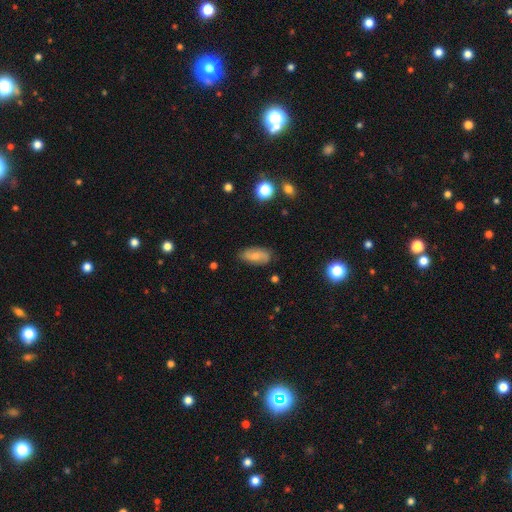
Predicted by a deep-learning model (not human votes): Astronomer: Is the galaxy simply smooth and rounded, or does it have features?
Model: smooth — 56% (runner-up: featured or disk, 36%).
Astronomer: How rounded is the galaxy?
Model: in between — 86%.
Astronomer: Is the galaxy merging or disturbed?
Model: none — 78%.